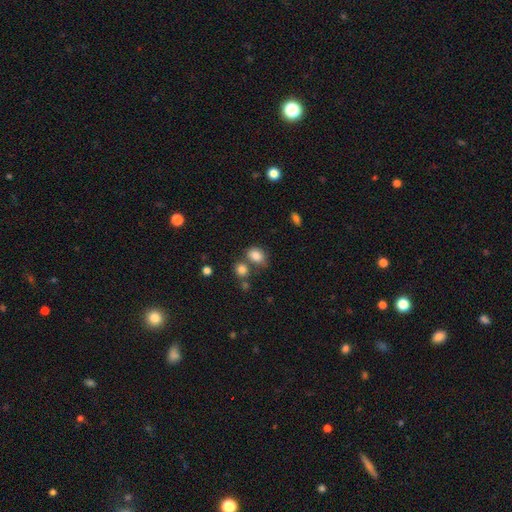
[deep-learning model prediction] A smooth galaxy with no disk features (83%) that is in between round and cigar-shaped (64%). Merging: none (54%).